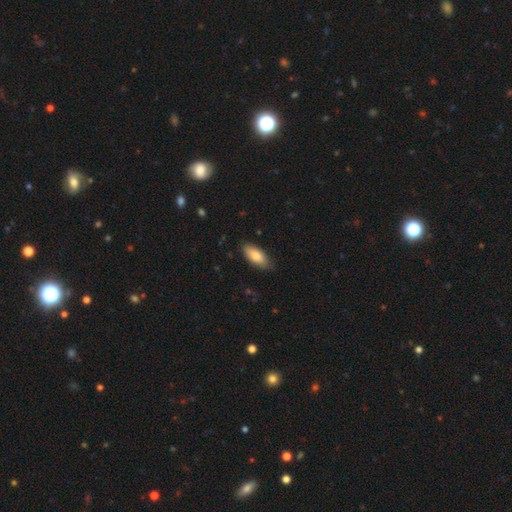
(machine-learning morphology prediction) Smooth or featured: smooth — 79% (featured or disk — 15%)
How rounded: in between — 84% (cigar-shaped — 14%)
Merging: none — 80% (minor disturbance — 17%)